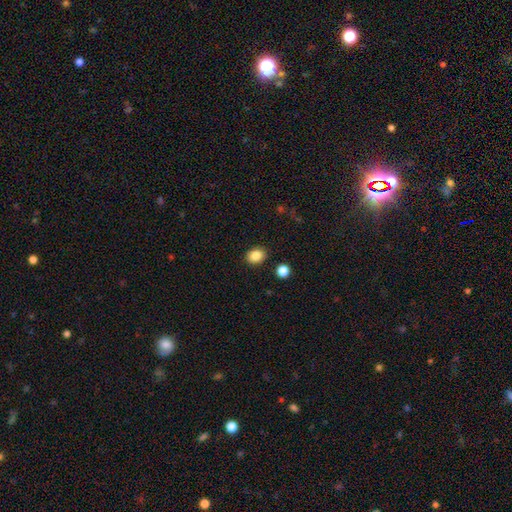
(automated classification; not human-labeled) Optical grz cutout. It shows a smooth galaxy with no disk features (86%) that is in between round and cigar-shaped (59%). Merging: none (88%).